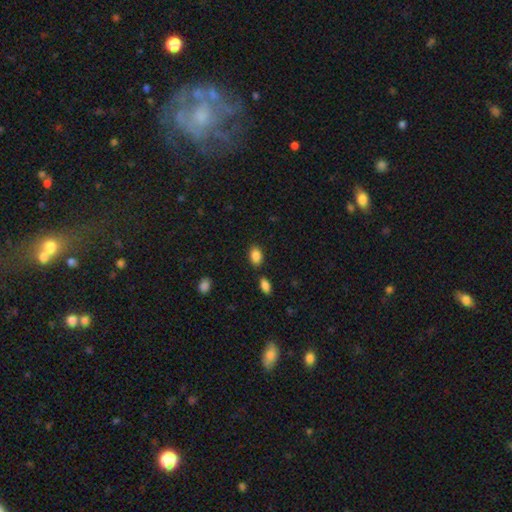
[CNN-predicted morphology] smooth-or-featured: smooth: 87% | star or artifact: 8% | featured or disk: 5%
  how-rounded: in between: 85% | round: 13% | cigar-shaped: 1%
  merging: none: 81% | minor disturbance: 11% | merger: 6% | major disturbance: 3%